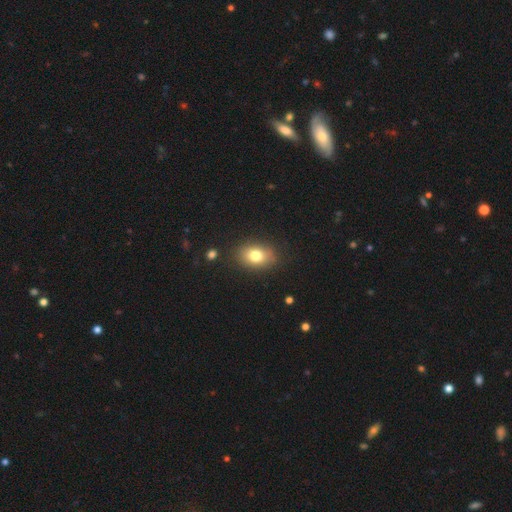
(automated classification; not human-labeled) smooth_or_featured: smooth (p=0.78) [alt: featured or disk p=0.13]
how_rounded: in between (p=0.77) [alt: round p=0.21]
merging: none (p=0.84) [alt: minor disturbance p=0.11]